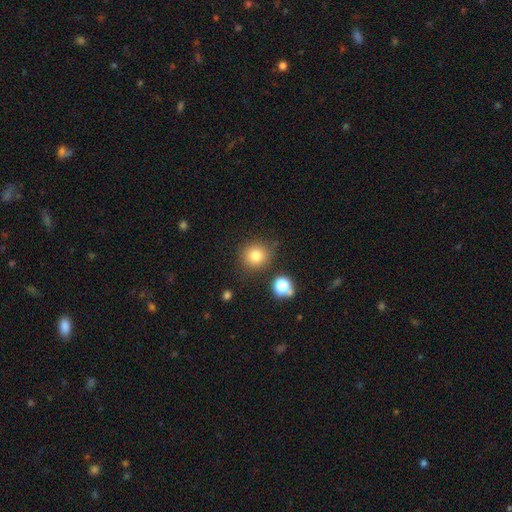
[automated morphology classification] Smooth or featured?
  - smooth: 81% *
  - star or artifact: 13%
  - featured or disk: 7%
How rounded?
  - round: 89% *
  - in between: 10%
  - cigar-shaped: 1%
Merging?
  - none: 81% *
  - minor disturbance: 11%
  - merger: 5%
  - major disturbance: 4%